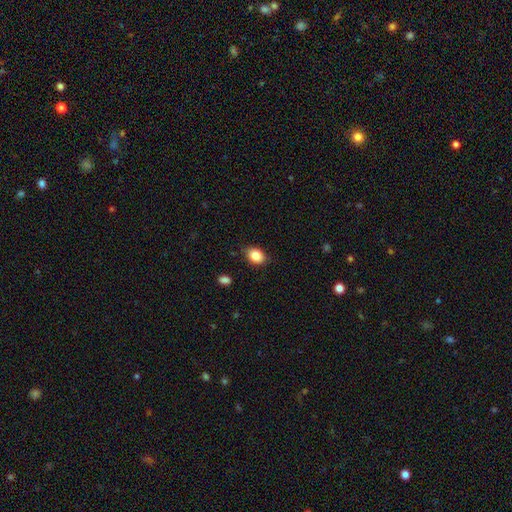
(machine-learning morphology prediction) smooth 85%, star or artifact 9%, featured or disk 6%. Down the decision tree: how rounded — in between (69%); merging — none (82%).